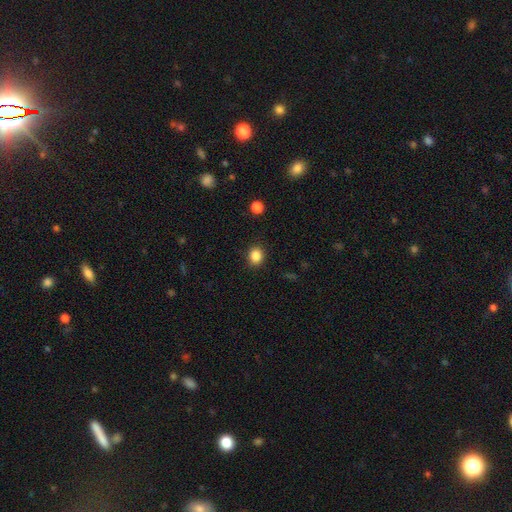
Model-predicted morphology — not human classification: Smooth or featured?
  - smooth: 85% *
  - star or artifact: 11%
  - featured or disk: 4%
How rounded?
  - round: 71% *
  - in between: 29%
  - cigar-shaped: 1%
Merging?
  - none: 89% *
  - minor disturbance: 7%
  - major disturbance: 2%
  - merger: 1%